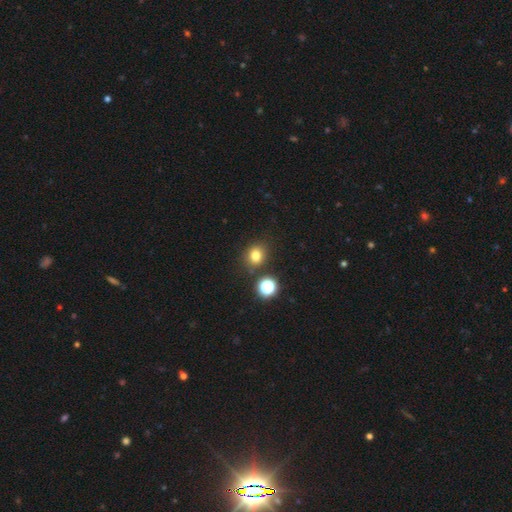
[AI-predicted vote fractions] Q: Smooth or featured?
A: smooth (77%); runner-up: star or artifact (17%)
Q: How rounded?
A: round (73%); runner-up: in between (26%)
Q: Merging?
A: none (82%); runner-up: minor disturbance (9%)